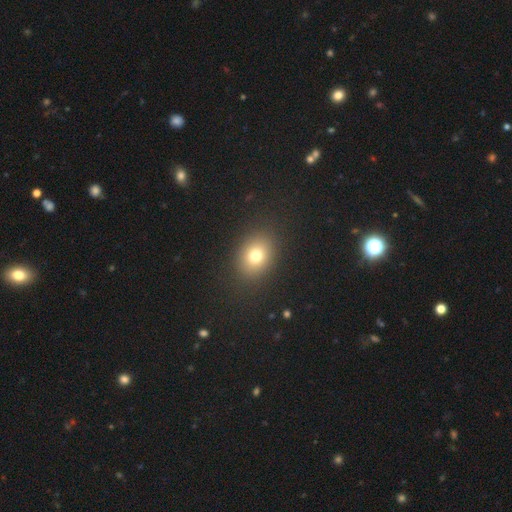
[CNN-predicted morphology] A smooth galaxy with no disk features (77%) that is in between round and cigar-shaped (53%). Merging: none (88%).